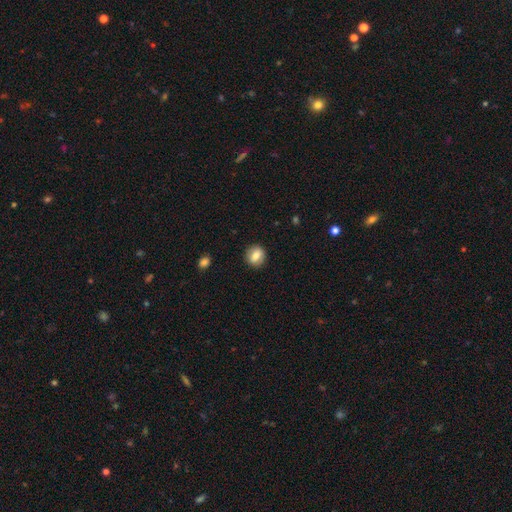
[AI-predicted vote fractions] smooth 77%, featured or disk 15%, star or artifact 8%. Down the decision tree: how rounded — round (74%); merging — none (89%).